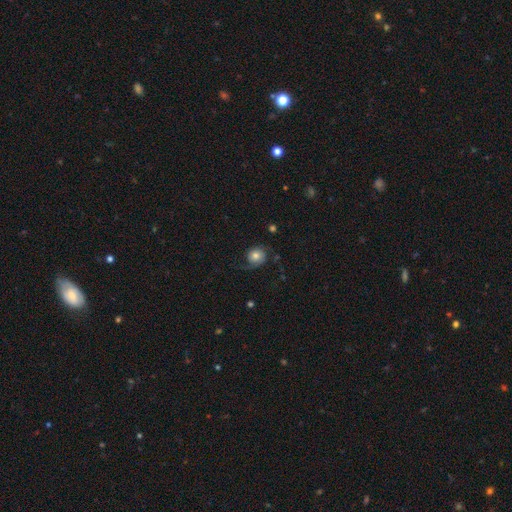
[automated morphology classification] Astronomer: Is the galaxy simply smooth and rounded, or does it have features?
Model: smooth — 47% (runner-up: featured or disk, 44%).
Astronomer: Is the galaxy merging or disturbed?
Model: none — 58%.